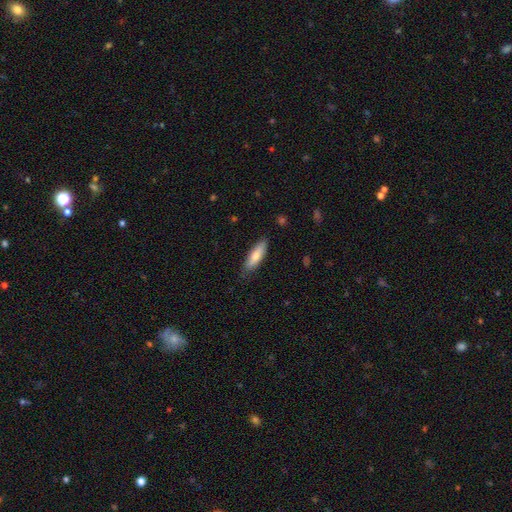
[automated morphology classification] This is likely a smooth galaxy (74%). How rounded: possibly cigar-shaped (53%). Merging: clearly none (80%).